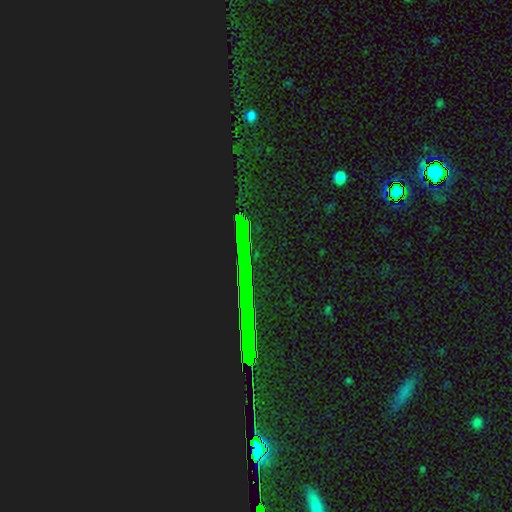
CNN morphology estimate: The model was most divided on "smooth or featured": star or artifact: 80%, featured or disk: 10%, smooth: 10%.